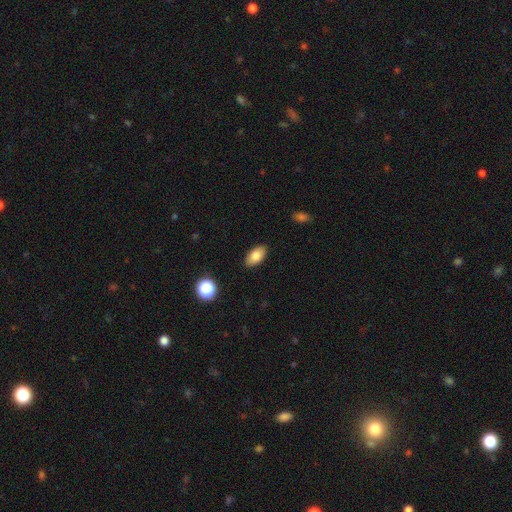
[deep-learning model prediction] smooth-or-featured: smooth: 83% | featured or disk: 9% | star or artifact: 8%
  how-rounded: in between: 93% | round: 4% | cigar-shaped: 3%
  merging: none: 88% | minor disturbance: 9% | major disturbance: 2% | merger: 1%